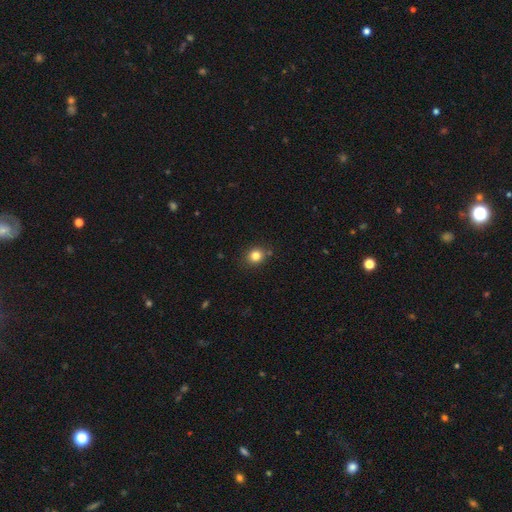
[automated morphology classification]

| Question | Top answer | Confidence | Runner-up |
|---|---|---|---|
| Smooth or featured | smooth | 82% | star or artifact (12%) |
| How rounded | round | 79% | in between (20%) |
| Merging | none | 83% | minor disturbance (10%) |